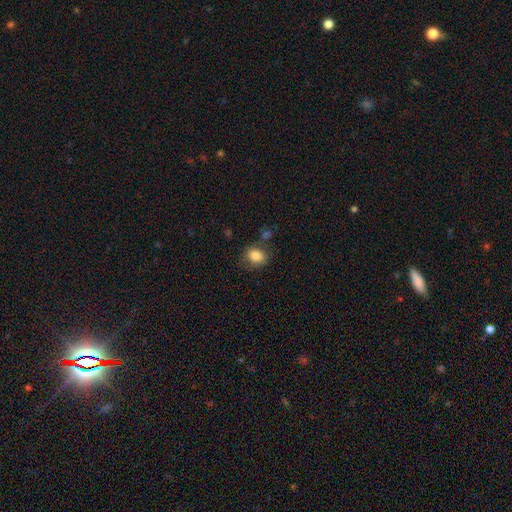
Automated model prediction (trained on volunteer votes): A smooth galaxy with no disk features (84%) that is in between round and cigar-shaped (51%). Merging: none (74%).